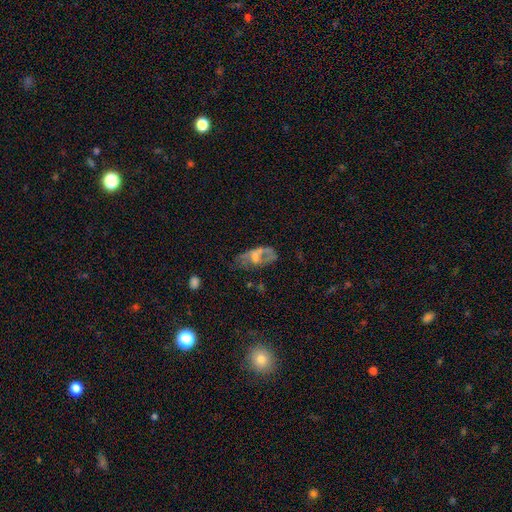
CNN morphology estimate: smooth-or-featured: featured or disk: 56% | smooth: 31% | star or artifact: 13%
  disk-edge-on: no: 91% | yes: 9%
    bar: no: 76% | weak: 19% | strong: 5%
    has-spiral-arms: no: 69% | yes: 31%
    bulge-size: moderate: 44% | small: 36% | none: 14% | large: 5% | dominant: 2%
  merging: none: 39% | major disturbance: 27% | minor disturbance: 23% | merger: 11%